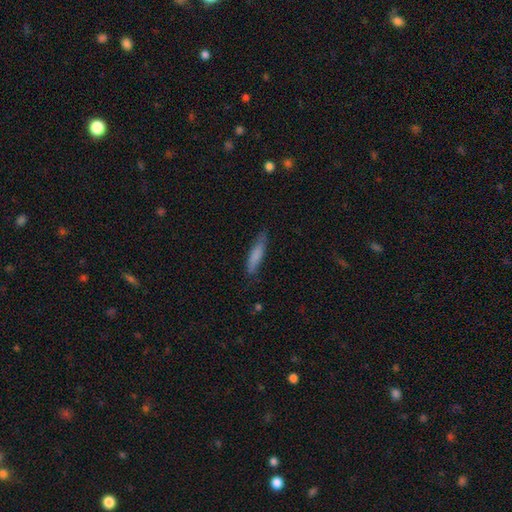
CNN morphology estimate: smooth 79%, featured or disk 15%, star or artifact 6%. Down the decision tree: how rounded — cigar-shaped (79%); merging — none (73%).